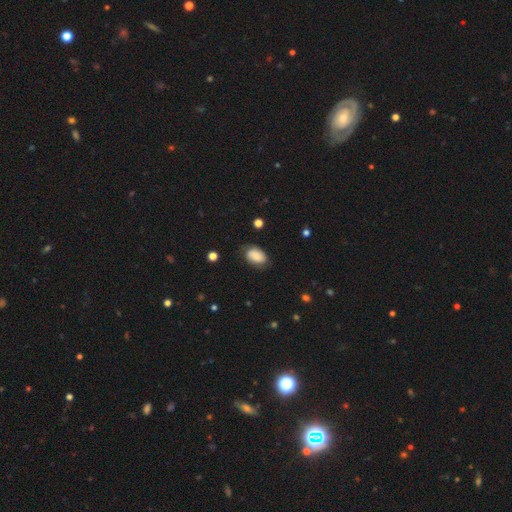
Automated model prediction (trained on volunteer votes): smooth-or-featured: smooth: 75% | featured or disk: 17% | star or artifact: 8%
  how-rounded: in between: 89% | round: 10% | cigar-shaped: 1%
  merging: none: 68% | minor disturbance: 24% | major disturbance: 6% | merger: 2%